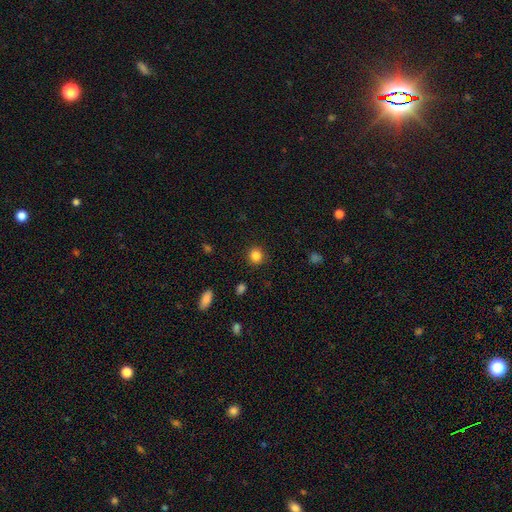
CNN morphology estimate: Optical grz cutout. It shows a smooth galaxy with no disk features (85%) that is round (88%). Merging: none (89%).